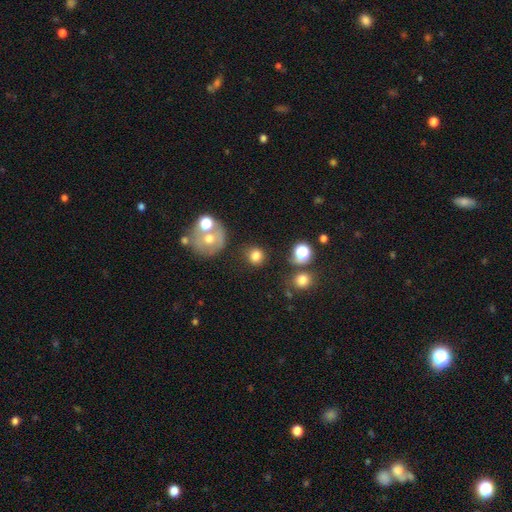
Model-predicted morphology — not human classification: smooth_or_featured: smooth (p=0.79) [alt: star or artifact p=0.13]
how_rounded: round (p=0.90) [alt: in between p=0.09]
merging: none (p=0.80) [alt: minor disturbance p=0.10]